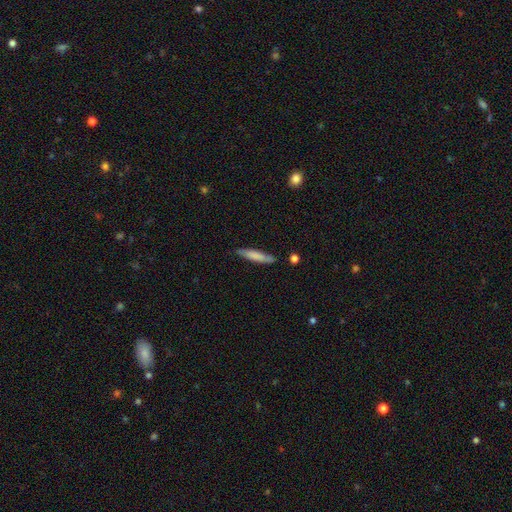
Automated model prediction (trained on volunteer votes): Smooth or featured? smooth (74%)
How rounded? cigar-shaped (86%)
Merging? none (79%)